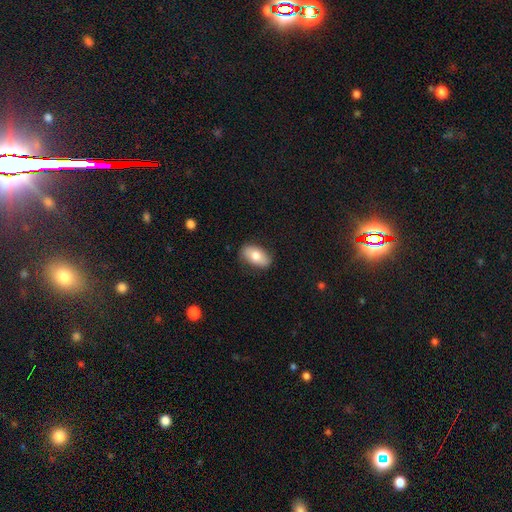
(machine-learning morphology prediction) type=smooth (75%); roundness=in between (92%); merging=none (82%).